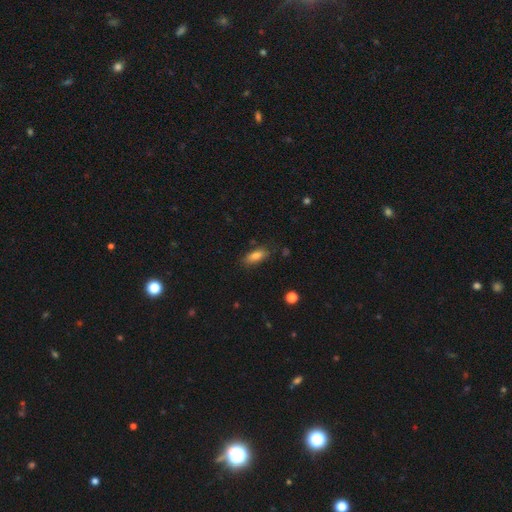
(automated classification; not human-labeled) Morphology: type=smooth (81%); roundness=in between (75%); merging=none (79%).